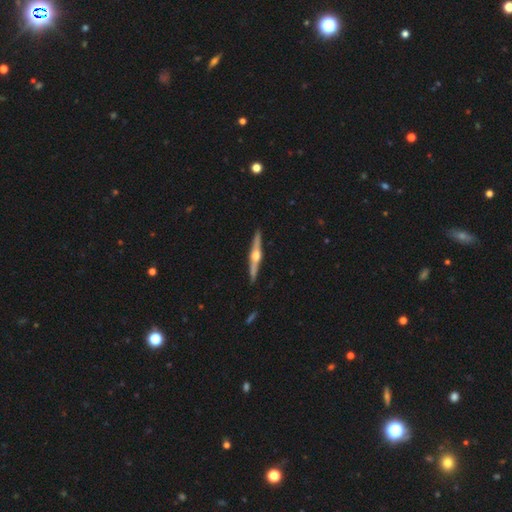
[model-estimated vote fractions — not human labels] smooth-or-featured: featured or disk: 83% | smooth: 12% | star or artifact: 5%
  disk-edge-on: yes: 98% | no: 2%
    edge-on-bulge: rounded: 94% | boxy: 4% | none: 2%
  merging: none: 92% | minor disturbance: 5% | major disturbance: 1% | merger: 1%